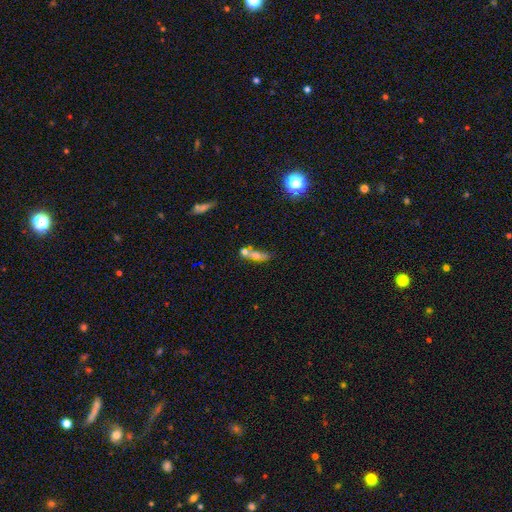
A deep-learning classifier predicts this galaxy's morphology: A smooth galaxy with no disk features (56%) that is cigar-shaped (58%). Merging: none (41%).